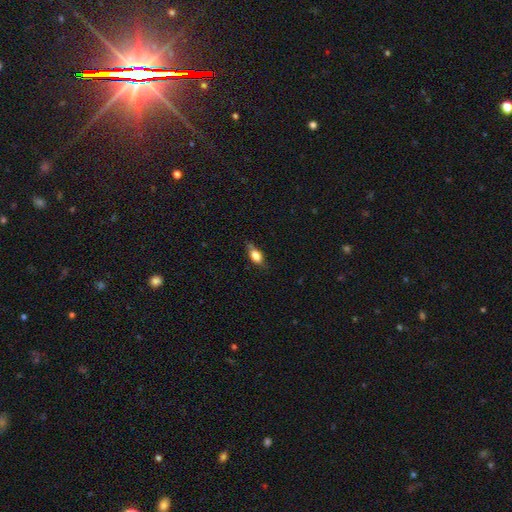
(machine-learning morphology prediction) A smooth galaxy with no disk features (75%) that is in between round and cigar-shaped (81%).

Vote fractions:
- Smooth or featured? smooth: 75% / featured or disk: 16% / star or artifact: 9%
- How rounded? in between: 81% / cigar-shaped: 12% / round: 7%
- Merging? none: 67% / minor disturbance: 24% / major disturbance: 6% / merger: 4%